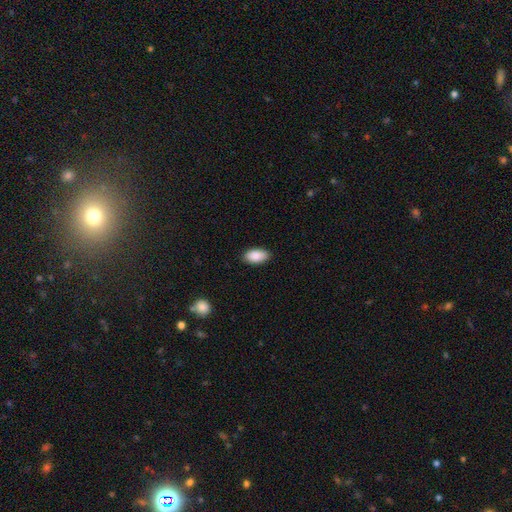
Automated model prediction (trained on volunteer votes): A smooth galaxy with no disk features (89%) that is in between round and cigar-shaped (95%).

Vote fractions:
- Smooth or featured? smooth: 89% / star or artifact: 6% / featured or disk: 5%
- How rounded? in between: 95% / round: 3% / cigar-shaped: 2%
- Merging? none: 88% / minor disturbance: 9% / major disturbance: 2% / merger: 1%